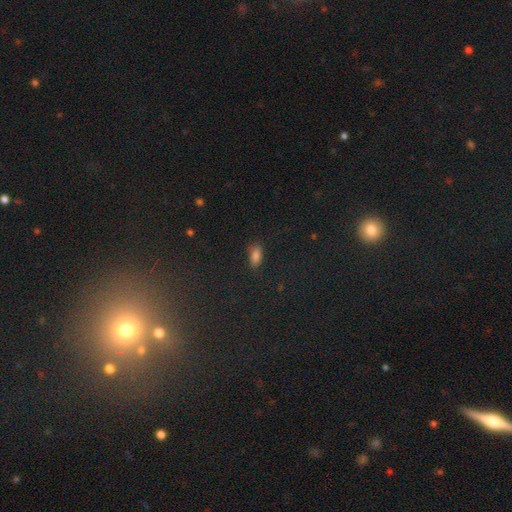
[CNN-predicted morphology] Overall: smooth (78%). How rounded: in between (87%). Merging: none (77%).